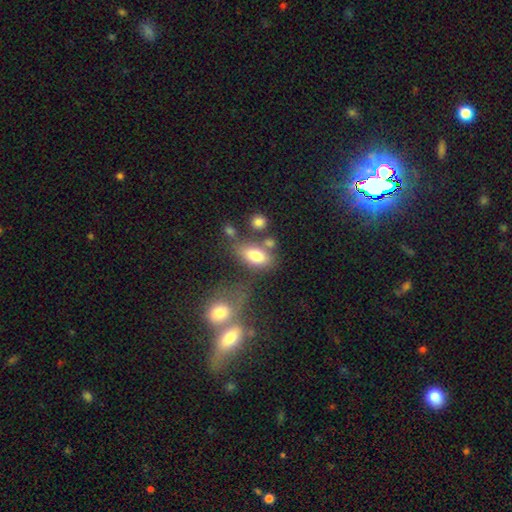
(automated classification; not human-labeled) smooth_or_featured: smooth (p=0.77) [alt: featured or disk p=0.14]
how_rounded: in between (p=0.87) [alt: round p=0.08]
merging: none (p=0.52) [alt: merger p=0.22]